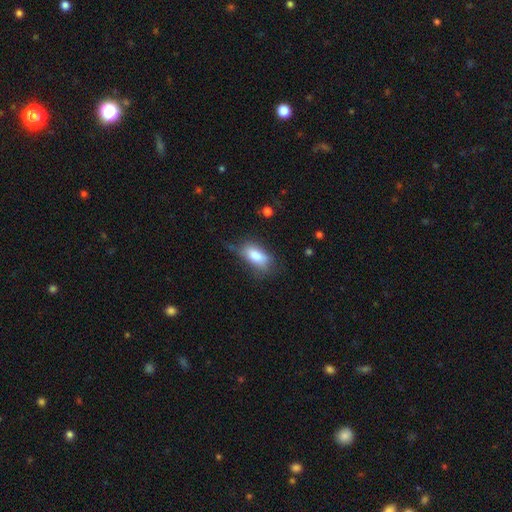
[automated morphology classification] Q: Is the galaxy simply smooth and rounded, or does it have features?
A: smooth — 75%.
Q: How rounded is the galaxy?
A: in between — 86%.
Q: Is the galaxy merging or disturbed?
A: none — 43%.